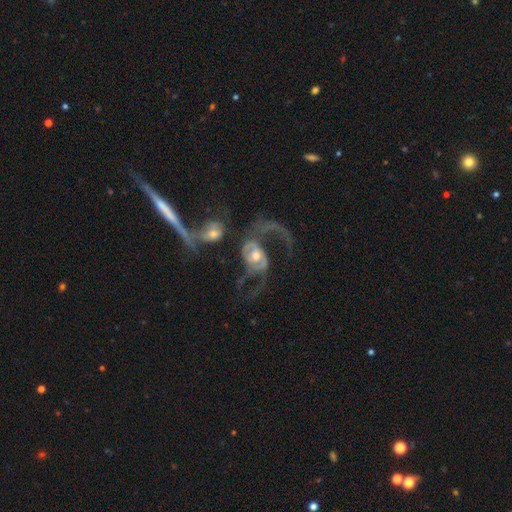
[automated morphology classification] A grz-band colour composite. It shows a featured or disk galaxy (77%) with no bar (66%), 2 (61%) loose (67%) spiral arms (79%) and a moderate central bulge (63%). Merging: major disturbance (38%).